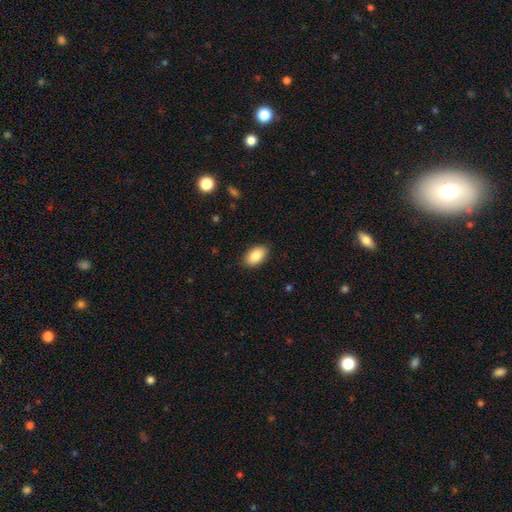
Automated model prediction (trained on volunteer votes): Smooth or featured? smooth (88%)
How rounded? in between (93%)
Merging? none (88%)